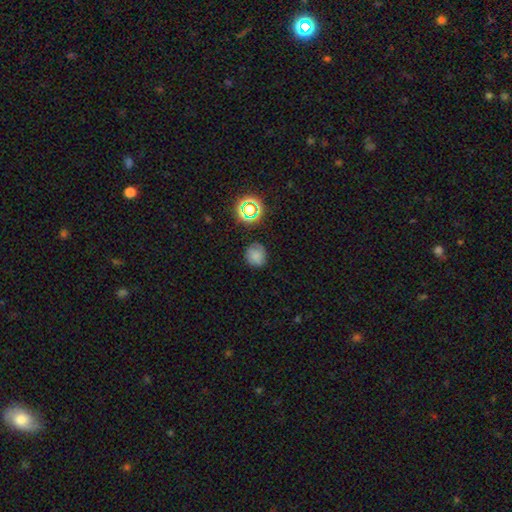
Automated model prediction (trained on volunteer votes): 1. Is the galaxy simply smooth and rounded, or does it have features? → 72% smooth, 17% star or artifact, 11% featured or disk.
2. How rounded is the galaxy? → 84% round, 15% in between, 1% cigar-shaped.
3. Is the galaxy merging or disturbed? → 78% none, 16% minor disturbance, 4% major disturbance, 2% merger.